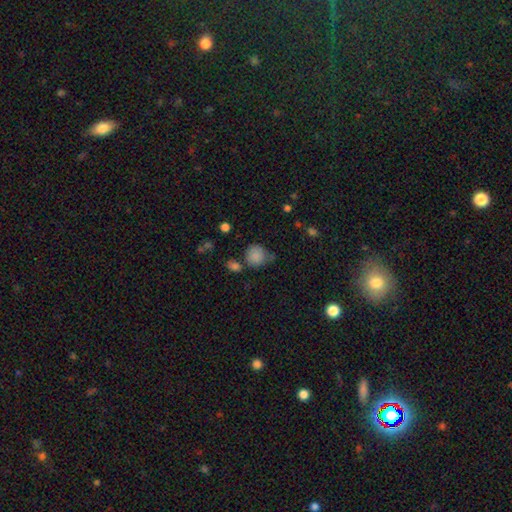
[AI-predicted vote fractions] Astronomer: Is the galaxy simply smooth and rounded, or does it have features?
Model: smooth — 84%.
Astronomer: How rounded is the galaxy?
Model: round — 84%.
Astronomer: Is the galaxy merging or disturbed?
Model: none — 59%.